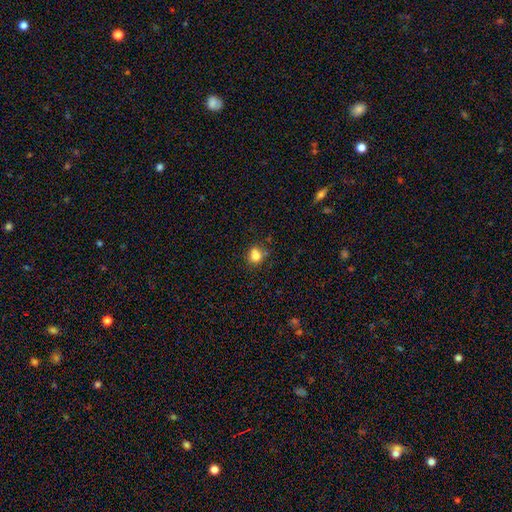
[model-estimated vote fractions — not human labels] Smooth or featured: smooth — 80% (star or artifact — 12%)
How rounded: round — 75% (in between — 24%)
Merging: none — 61% (minor disturbance — 19%)